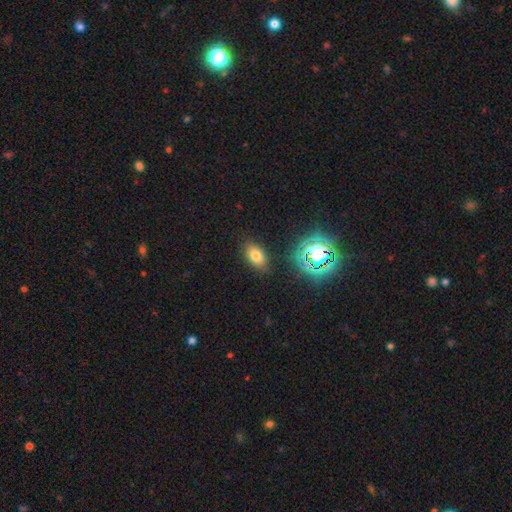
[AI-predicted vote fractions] This is likely a smooth galaxy (73%). How rounded: clearly in between (87%). Merging: clearly none (84%).